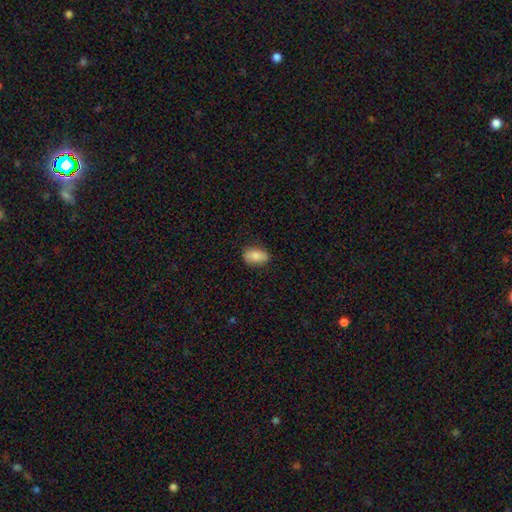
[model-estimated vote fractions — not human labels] smooth-or-featured: smooth: 85% | featured or disk: 8% | star or artifact: 7%
  how-rounded: in between: 90% | round: 7% | cigar-shaped: 3%
  merging: none: 84% | minor disturbance: 12% | major disturbance: 3% | merger: 1%